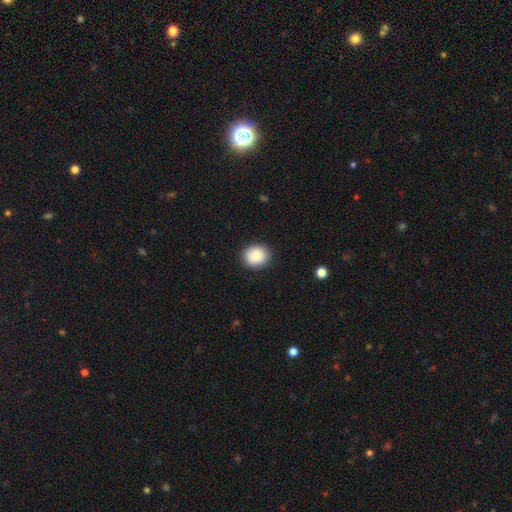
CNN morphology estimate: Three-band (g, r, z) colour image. It shows a smooth galaxy with no disk features (89%) that is round (70%). Merging: none (89%).